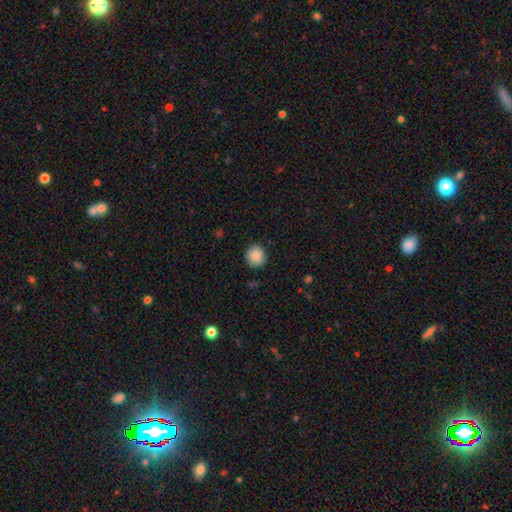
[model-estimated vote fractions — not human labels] This appears to be a smooth galaxy with no disk features (88%) that is round (89%). Merging: none (89%).